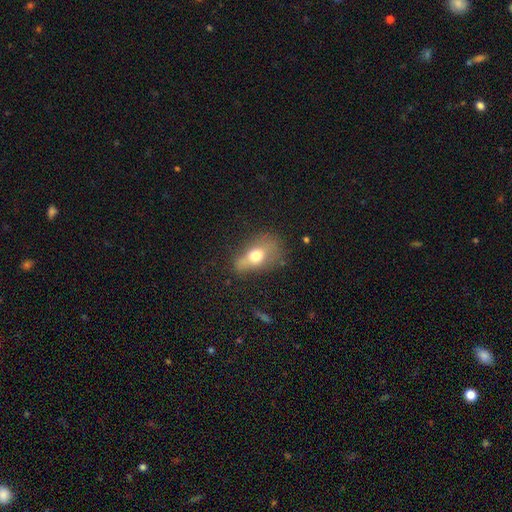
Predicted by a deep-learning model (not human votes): Smooth or featured? smooth (63%)
How rounded? in between (75%)
Merging? none (44%)